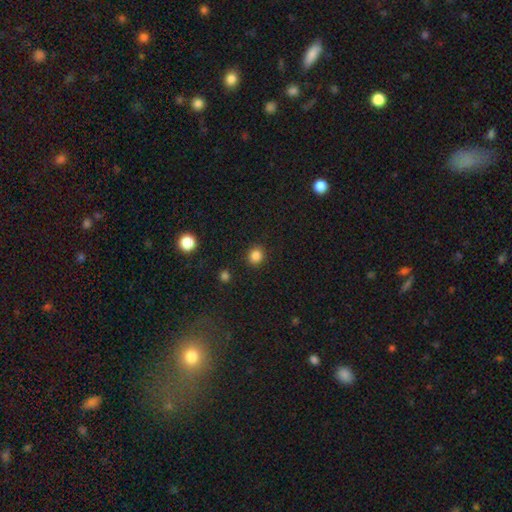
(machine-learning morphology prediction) This appears to be a smooth galaxy with no disk features (84%) that is round (86%). Merging: none (90%).